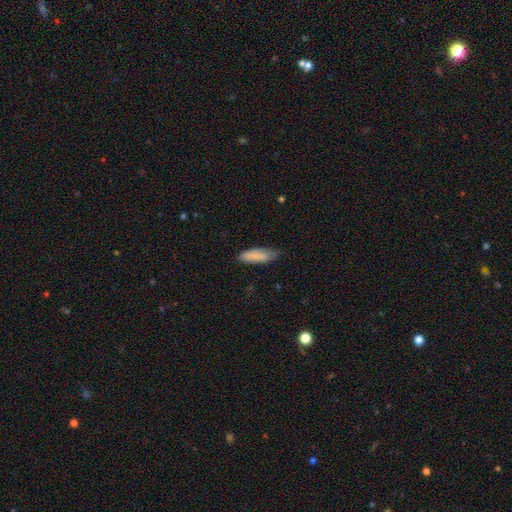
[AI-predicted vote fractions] smooth-or-featured: smooth: 82% | featured or disk: 11% | star or artifact: 6%
  how-rounded: in between: 54% | cigar-shaped: 44% | round: 2%
  merging: none: 65% | minor disturbance: 28% | major disturbance: 6% | merger: 1%